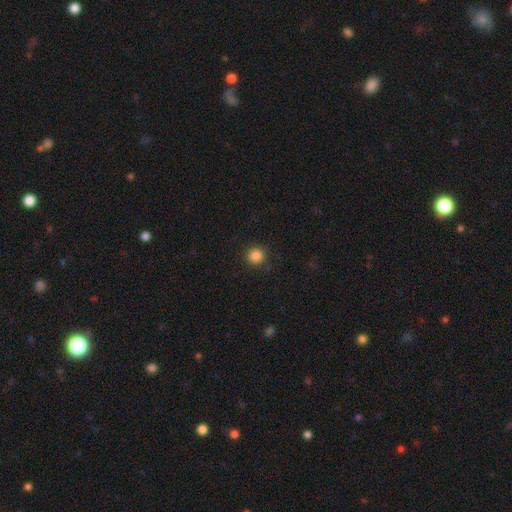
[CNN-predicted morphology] smooth 86%, star or artifact 11%, featured or disk 3%. Down the decision tree: how rounded — round (93%); merging — none (90%).